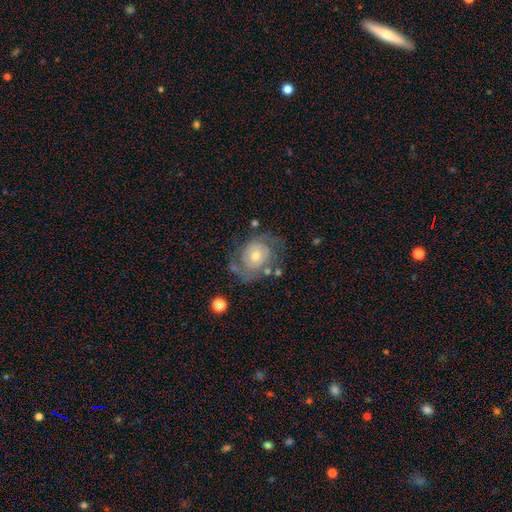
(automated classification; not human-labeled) A featured or disk galaxy (74%) with no bar (79%), 2 (59%) tight (55%) spiral arms (82%) and a moderate central bulge (55%).

Vote fractions:
- Smooth or featured? featured or disk: 74% / smooth: 19% / star or artifact: 8%
- Edge-on disk? no: 97% / yes: 3%
- Bar? no: 79% / weak: 17% / strong: 4%
- Spiral arms? yes: 82% / no: 18%
- Spiral winding? tight: 55% / medium: 32% / loose: 13%
- Spiral arm count? 2: 59% / can't tell: 25% / 3: 6% / 1: 5% / 4: 2% / more than 4: 2%
- Bulge size? moderate: 55% / small: 38% / large: 4% / none: 1% / dominant: 1%
- Merging? none: 62% / minor disturbance: 19% / major disturbance: 14% / merger: 4%